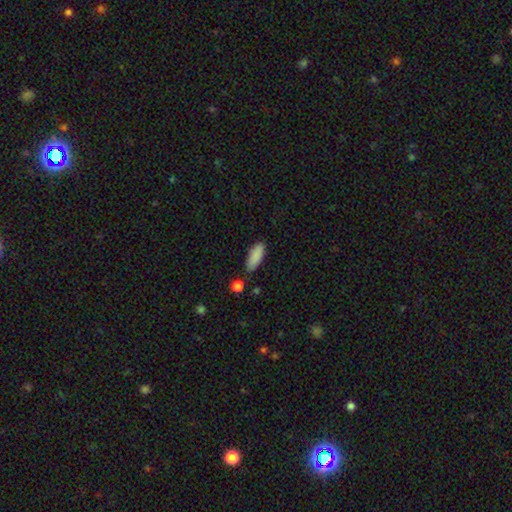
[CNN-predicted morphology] Q: Smooth or featured?
A: smooth (89%); runner-up: star or artifact (6%)
Q: How rounded?
A: in between (76%); runner-up: cigar-shaped (22%)
Q: Merging?
A: none (78%); runner-up: minor disturbance (15%)